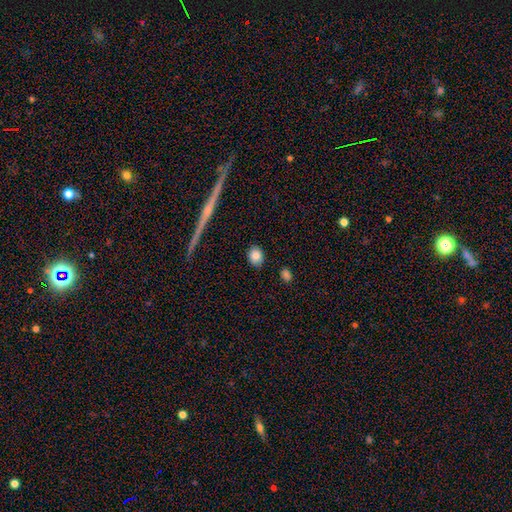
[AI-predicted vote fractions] Smooth or featured?
  - smooth: 82% *
  - star or artifact: 9%
  - featured or disk: 9%
How rounded?
  - round: 50% *
  - in between: 47%
  - cigar-shaped: 2%
Merging?
  - none: 86% *
  - minor disturbance: 10%
  - major disturbance: 2%
  - merger: 2%